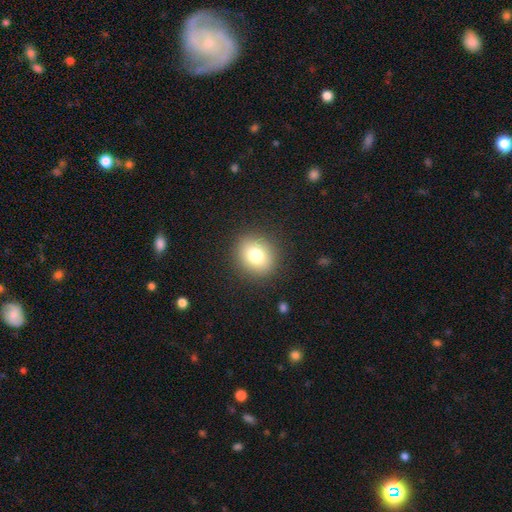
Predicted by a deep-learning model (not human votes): Smooth or featured: smooth — 77% (star or artifact — 12%)
How rounded: round — 78% (in between — 22%)
Merging: none — 89% (minor disturbance — 7%)